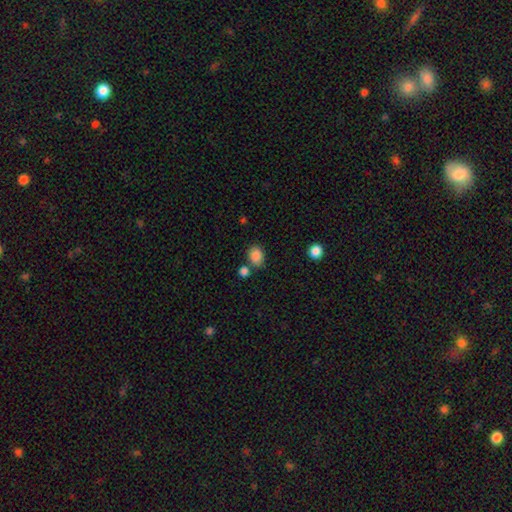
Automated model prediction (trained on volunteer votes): This appears to be a smooth galaxy with no disk features (86%) that is in between round and cigar-shaped (59%). Merging: none (69%).